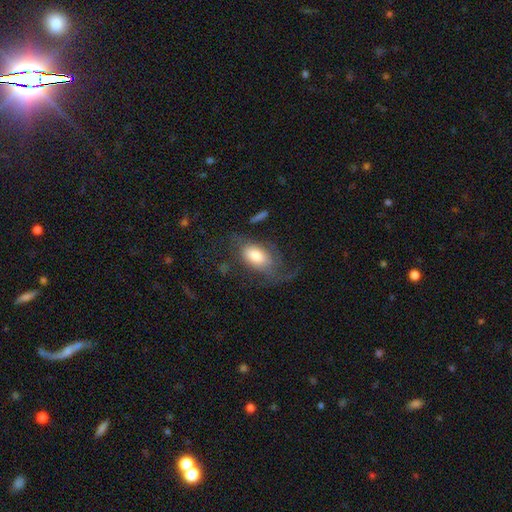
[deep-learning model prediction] smooth 55%, featured or disk 37%, star or artifact 8%. Down the decision tree: how rounded — in between (89%); merging — major disturbance (39%).